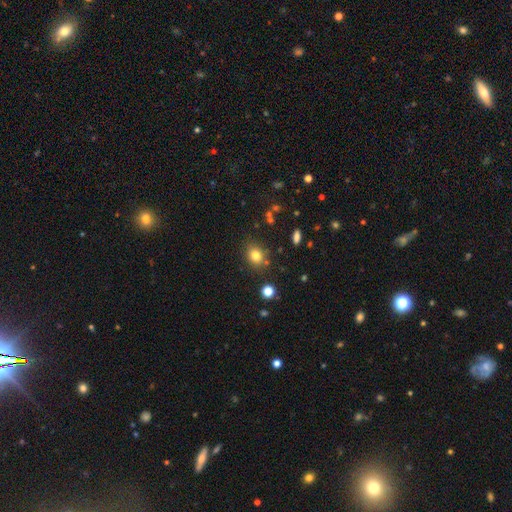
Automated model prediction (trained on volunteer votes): smooth 79%, star or artifact 13%, featured or disk 8%. Down the decision tree: how rounded — round (59%); merging — none (78%).